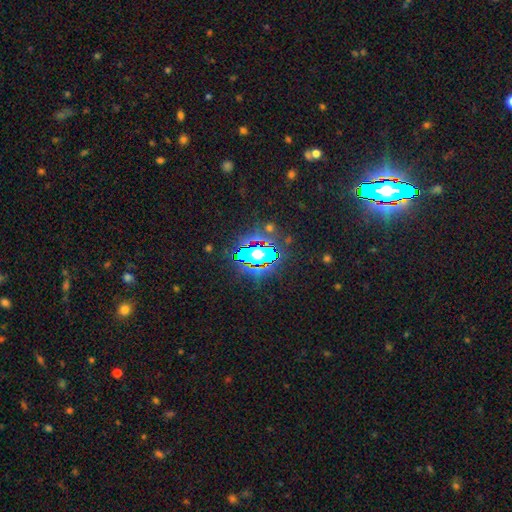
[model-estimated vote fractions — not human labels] Q: Smooth or featured?
A: star or artifact (72%); runner-up: smooth (18%)